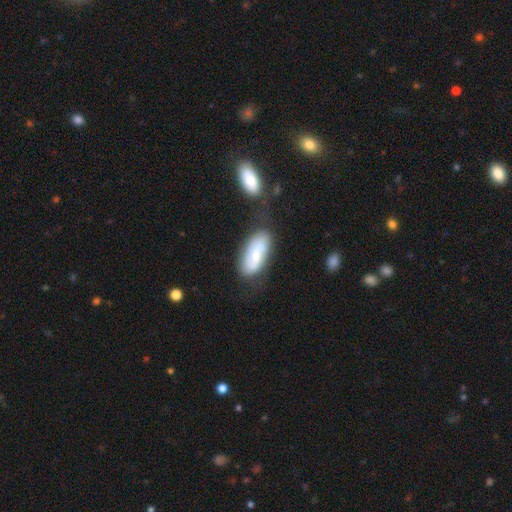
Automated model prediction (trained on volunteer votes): Smooth or featured?
  - smooth: 52% *
  - featured or disk: 42%
  - star or artifact: 6%
How rounded?
  - in between: 85% *
  - cigar-shaped: 13%
  - round: 3%
Merging?
  - none: 61% *
  - minor disturbance: 20%
  - merger: 12%
  - major disturbance: 7%